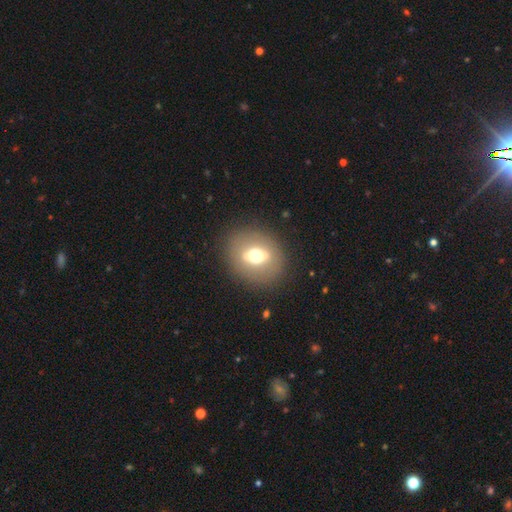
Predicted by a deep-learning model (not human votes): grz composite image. It shows a smooth galaxy with no disk features (53%) that is round (58%). Merging: none (85%).